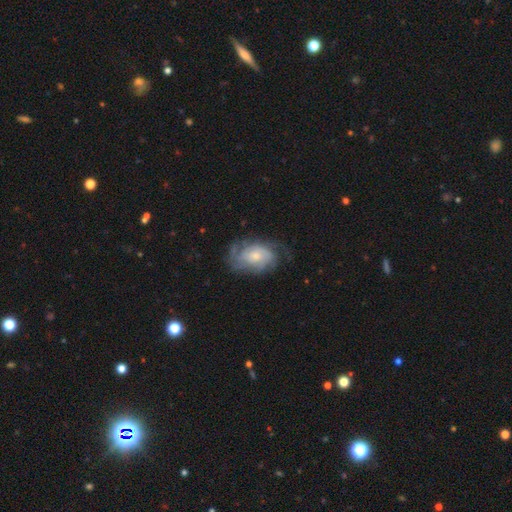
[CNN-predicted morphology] Overall: featured or disk (72%). Edge-on disk: no (96%). Bar: no (72%). Spiral arms: yes (88%). Spiral arm count: can't tell (47%; 2 19%). Spiral winding: tight (52%; medium 34%). Bulge size: small (44%, tied with moderate). Merging: none (62%; minor disturbance 23%).